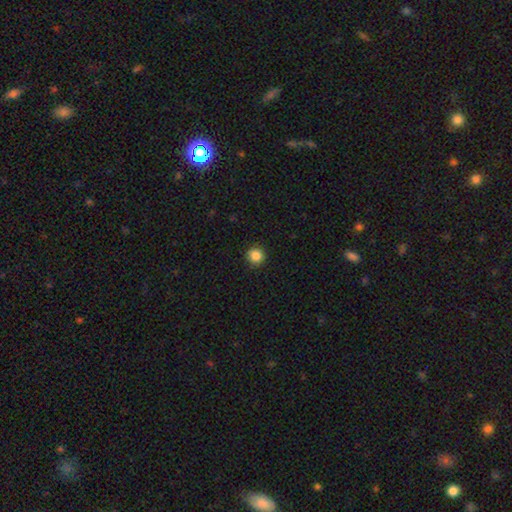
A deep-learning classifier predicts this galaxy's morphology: Smooth or featured: smooth — 86% (star or artifact — 11%)
How rounded: round — 93% (in between — 6%)
Merging: none — 89% (minor disturbance — 8%)